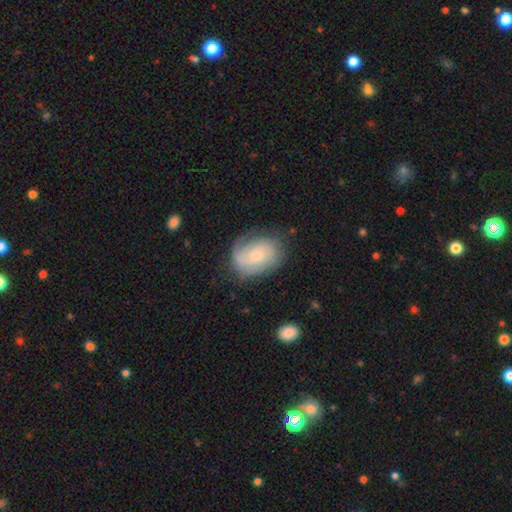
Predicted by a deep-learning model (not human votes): A featured or disk galaxy (61%) with no bar (72%), tight (47%) spiral arms (87%) and a small central bulge (60%).

Vote fractions:
- Smooth or featured? featured or disk: 61% / smooth: 32% / star or artifact: 7%
- Edge-on disk? no: 97% / yes: 3%
- Bar? no: 72% / weak: 25% / strong: 3%
- Spiral arms? yes: 87% / no: 13%
- Spiral winding? tight: 47% / medium: 35% / loose: 18%
- Spiral arm count? can't tell: 34% / 2: 31% / 1: 17% / 3: 12% / 4: 4% / more than 4: 3%
- Bulge size? small: 60% / moderate: 33% / none: 3% / large: 2% / dominant: 1%
- Merging? none: 63% / minor disturbance: 23% / major disturbance: 12% / merger: 2%